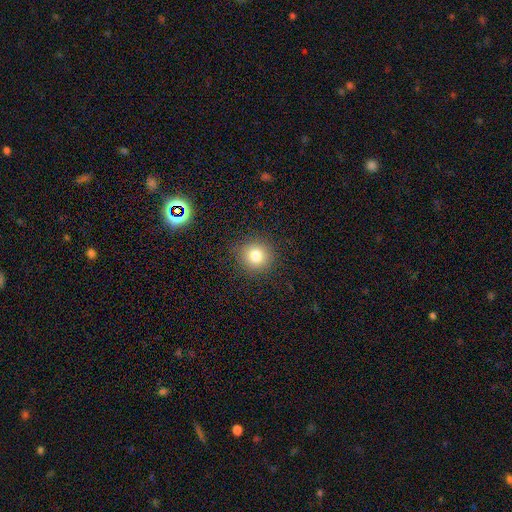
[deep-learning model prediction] smooth_or_featured: smooth (p=0.79) [alt: star or artifact p=0.13]
how_rounded: round (p=0.92) [alt: in between p=0.07]
merging: none (p=0.90) [alt: minor disturbance p=0.07]